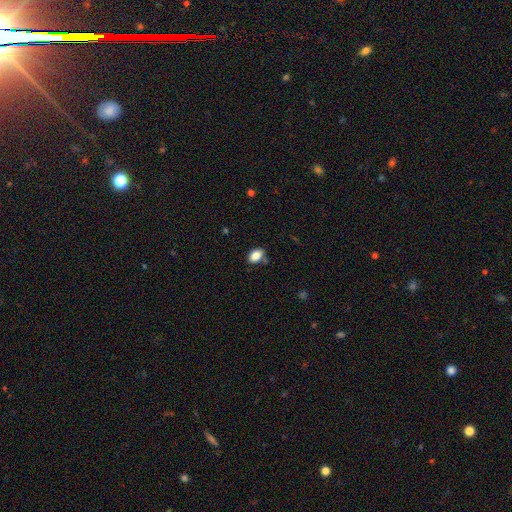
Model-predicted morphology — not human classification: Overall: smooth (85%). How rounded: in between (87%). Merging: none (76%).